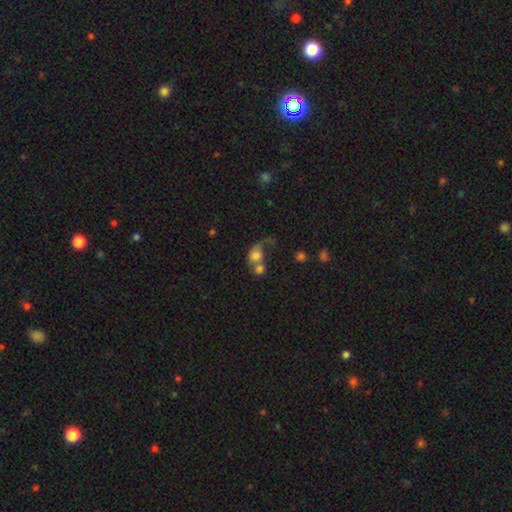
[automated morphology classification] Smooth or featured? Predicted: smooth (p=0.59). How rounded? Predicted: round (p=0.59). Merging? Predicted: merger (p=0.55).